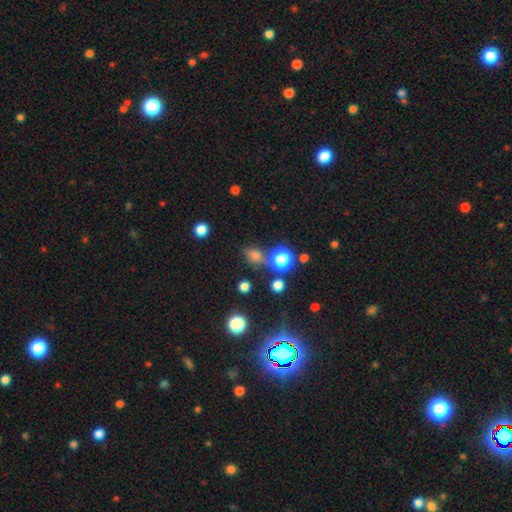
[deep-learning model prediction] This appears to be a smooth galaxy with no disk features (54%) that is round (49%). Merging: none (65%).